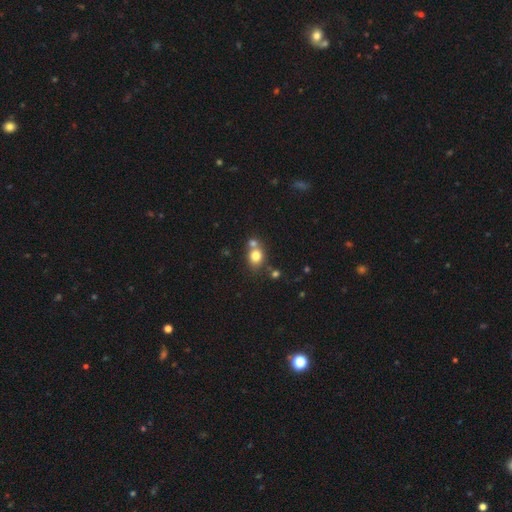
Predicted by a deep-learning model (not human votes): Smooth or featured?
  - smooth: 78% *
  - star or artifact: 12%
  - featured or disk: 10%
How rounded?
  - round: 64% *
  - in between: 35%
  - cigar-shaped: 1%
Merging?
  - none: 50% *
  - merger: 37%
  - minor disturbance: 9%
  - major disturbance: 3%